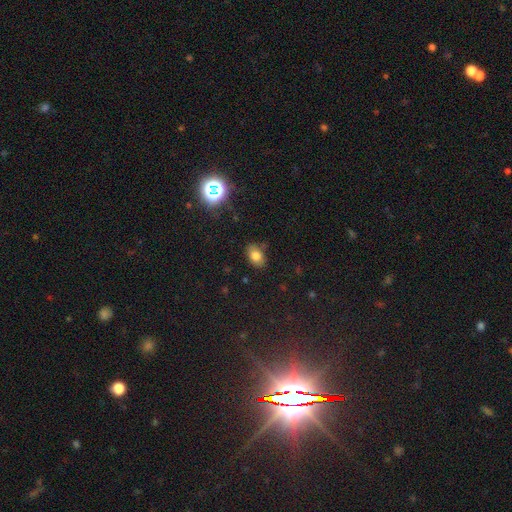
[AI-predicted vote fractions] smooth_or_featured: smooth (p=0.78) [alt: star or artifact p=0.12]
how_rounded: in between (p=0.81) [alt: round p=0.18]
merging: none (p=0.78) [alt: minor disturbance p=0.16]